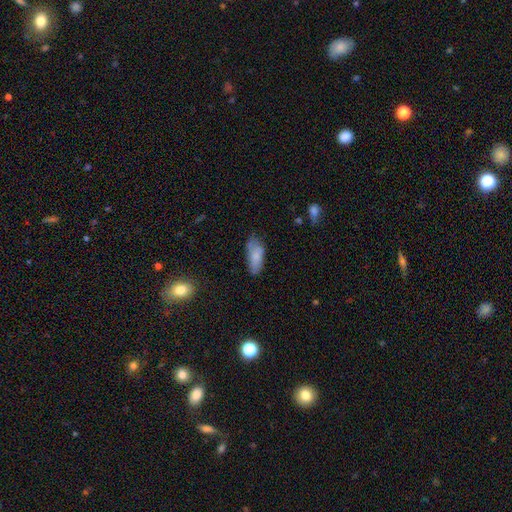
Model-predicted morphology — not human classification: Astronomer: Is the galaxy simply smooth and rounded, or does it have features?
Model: smooth — 76%.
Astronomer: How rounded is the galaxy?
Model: in between — 82%.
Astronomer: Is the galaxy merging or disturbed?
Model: none — 54% (runner-up: minor disturbance, 31%).